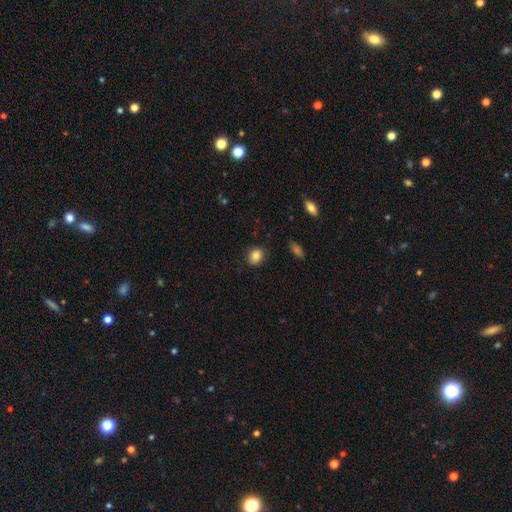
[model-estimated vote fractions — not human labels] smooth-or-featured: smooth: 85% | star or artifact: 9% | featured or disk: 6%
  how-rounded: round: 62% | in between: 37% | cigar-shaped: 1%
  merging: none: 87% | minor disturbance: 9% | major disturbance: 2% | merger: 1%